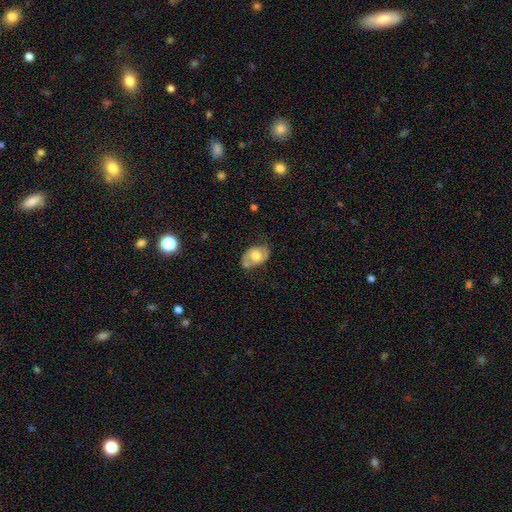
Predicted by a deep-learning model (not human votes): Smooth or featured?
  - featured or disk: 51% *
  - smooth: 42%
  - star or artifact: 7%
Edge-on disk?
  - no: 95% *
  - yes: 5%
Merging?
  - none: 56% *
  - minor disturbance: 26%
  - merger: 10%
  - major disturbance: 8%